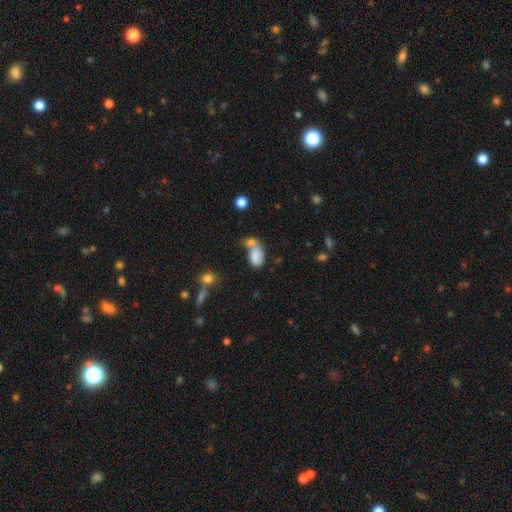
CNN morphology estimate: A smooth galaxy with no disk features (81%) that is in between round and cigar-shaped (90%).

Vote fractions:
- Smooth or featured? smooth: 81% / featured or disk: 11% / star or artifact: 8%
- How rounded? in between: 90% / round: 8% / cigar-shaped: 2%
- Merging? merger: 51% / none: 28% / minor disturbance: 13% / major disturbance: 9%